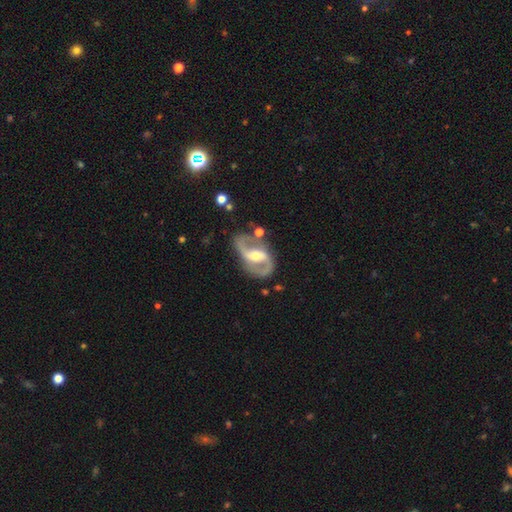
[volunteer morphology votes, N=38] This is clearly a featured or disk galaxy (92%). It is clearly not viewed edge-on (100%). Bar: possibly weak (57%). Spiral arm pattern: clearly yes (97%). Spiral arm count: clearly 2 (97%). Spiral winding: likely medium (71%). Central bulge: possibly moderate (51%). Merging: possibly none (58%).